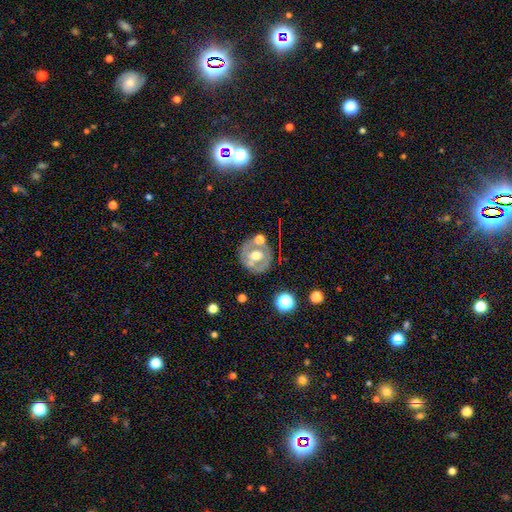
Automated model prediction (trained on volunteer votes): This appears to be a featured or disk galaxy (57%) with no bar (58%), no spiral arms (68%) and a moderate central bulge (72%). Merging: none (64%).